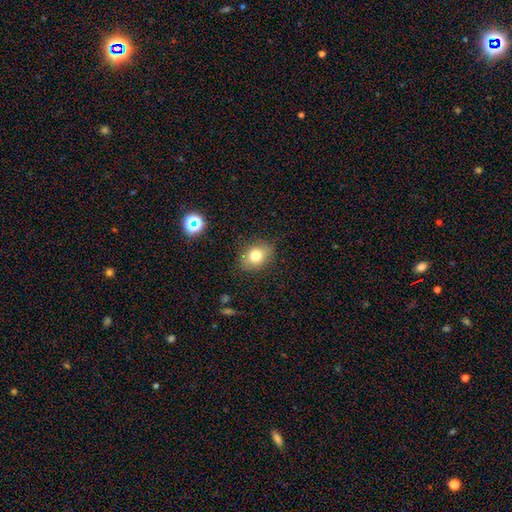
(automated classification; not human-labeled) smooth-or-featured: smooth: 76% | featured or disk: 13% | star or artifact: 11%
  how-rounded: in between: 63% | round: 35% | cigar-shaped: 1%
  merging: none: 83% | minor disturbance: 12% | major disturbance: 3% | merger: 1%